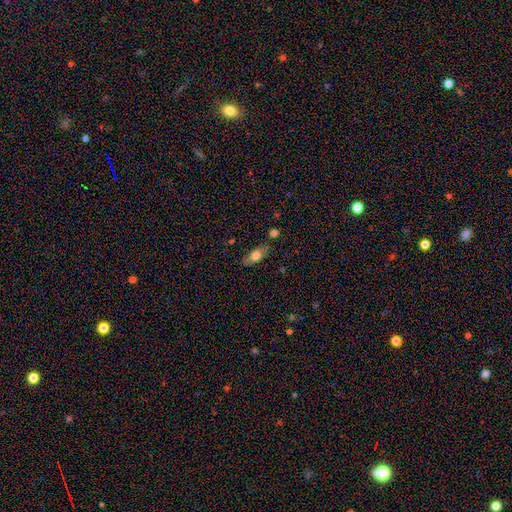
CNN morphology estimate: A smooth galaxy with no disk features (69%) that is in between round and cigar-shaped (80%). Merging: none (75%).